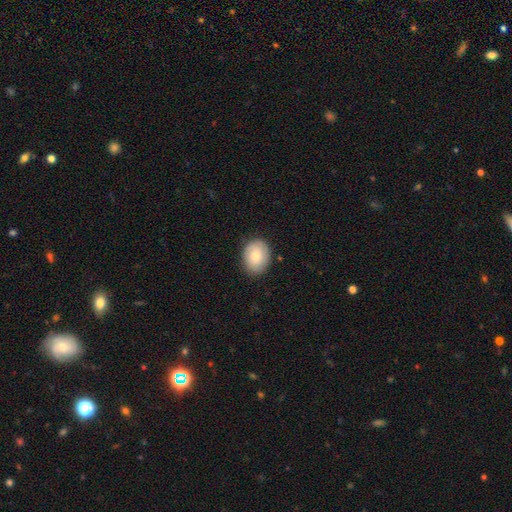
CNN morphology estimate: This appears to be a smooth galaxy with no disk features (81%) that is in between round and cigar-shaped (58%). Merging: none (84%).